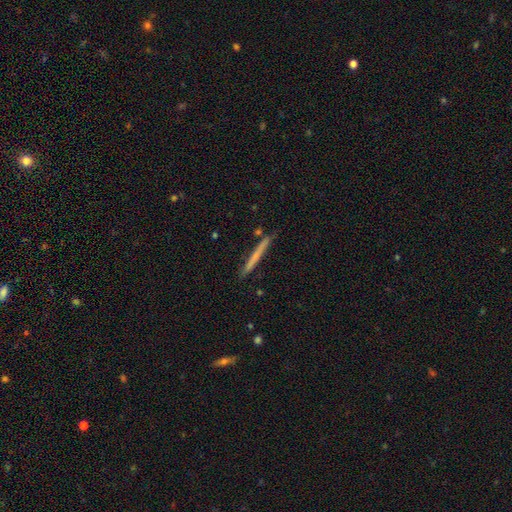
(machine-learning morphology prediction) type=smooth (57%); roundness=cigar-shaped (97%); merging=none (88%).